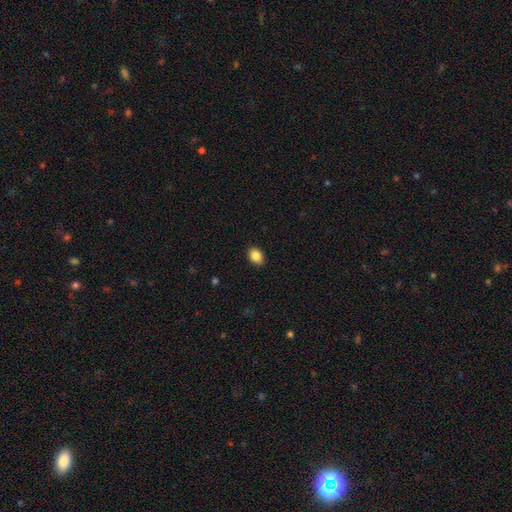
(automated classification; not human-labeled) Overall: smooth (86%). How rounded: in between (75%). Merging: none (89%).